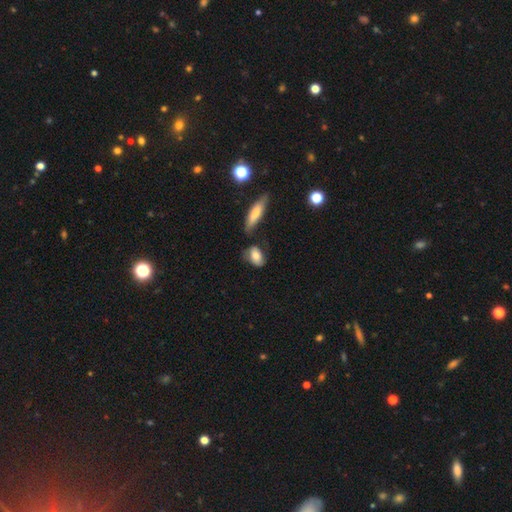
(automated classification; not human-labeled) This appears to be a smooth galaxy with no disk features (75%) that is in between round and cigar-shaped (83%). Merging: none (55%).